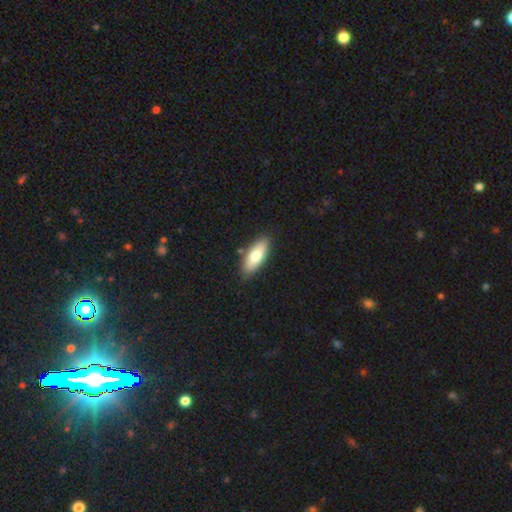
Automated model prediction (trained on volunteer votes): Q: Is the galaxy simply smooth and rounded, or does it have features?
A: smooth — 75%.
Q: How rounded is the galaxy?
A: in between — 72%.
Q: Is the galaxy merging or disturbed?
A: none — 86%.